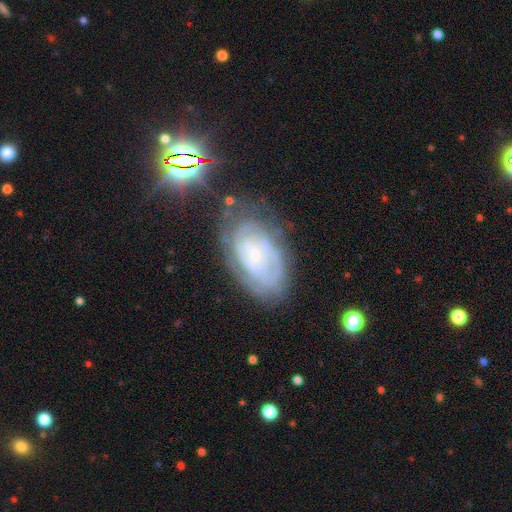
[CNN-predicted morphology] Smooth or featured?
  - featured or disk: 75% *
  - smooth: 15%
  - star or artifact: 9%
Edge-on disk?
  - no: 96% *
  - yes: 4%
Bar?
  - no: 58% *
  - weak: 33%
  - strong: 9%
Spiral arms?
  - yes: 91% *
  - no: 9%
Spiral winding?
  - tight: 74% *
  - medium: 21%
  - loose: 5%
Spiral arm count?
  - can't tell: 48% *
  - 2: 24%
  - 3: 12%
  - 4: 6%
  - 1: 5%
  - more than 4: 4%
Bulge size?
  - small: 67% *
  - none: 15%
  - moderate: 13%
  - large: 3%
  - dominant: 1%
Merging?
  - none: 68% *
  - minor disturbance: 21%
  - major disturbance: 9%
  - merger: 3%